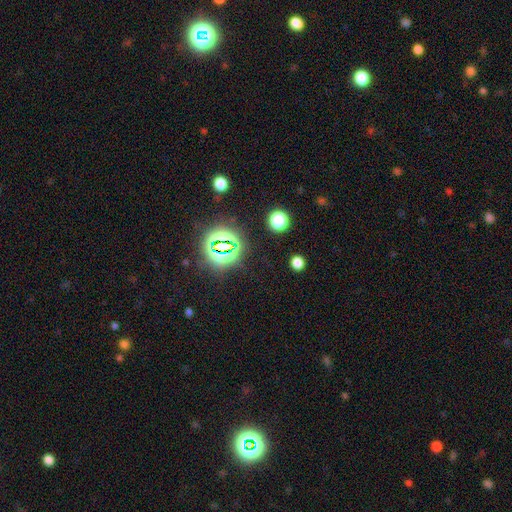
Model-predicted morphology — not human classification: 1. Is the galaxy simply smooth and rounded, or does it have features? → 79% star or artifact, 13% smooth, 7% featured or disk.